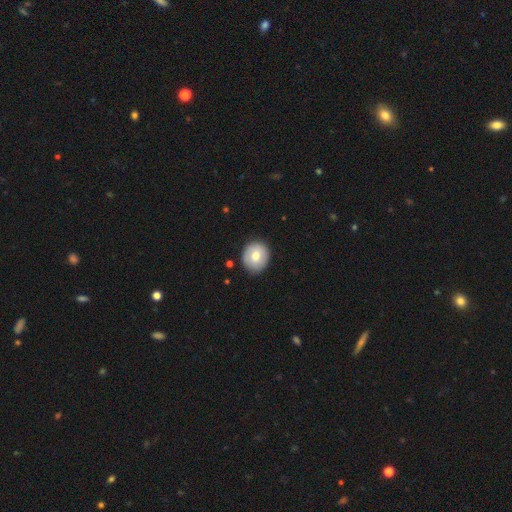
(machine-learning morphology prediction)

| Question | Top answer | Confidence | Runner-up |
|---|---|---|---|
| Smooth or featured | smooth | 71% | featured or disk (22%) |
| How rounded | round | 82% | in between (17%) |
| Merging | none | 87% | minor disturbance (10%) |